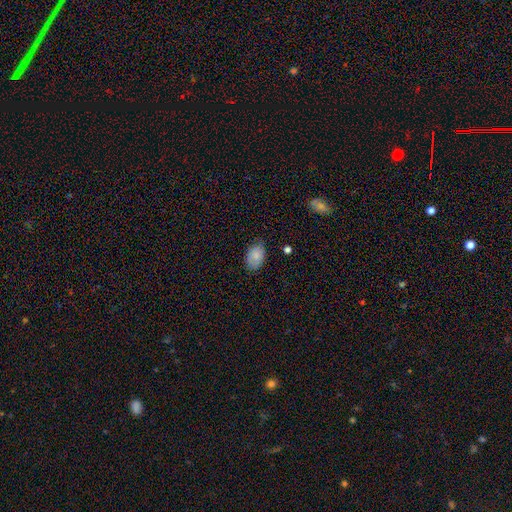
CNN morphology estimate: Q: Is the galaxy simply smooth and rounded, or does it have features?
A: smooth — 81%.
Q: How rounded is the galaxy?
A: in between — 87%.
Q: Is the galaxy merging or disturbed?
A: none — 70%.